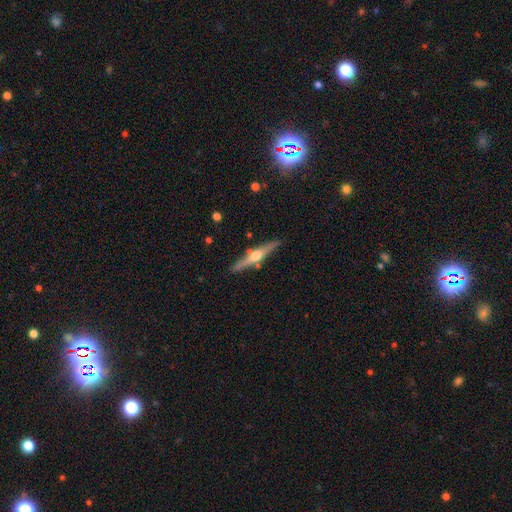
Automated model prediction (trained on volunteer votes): featured or disk 72%, smooth 23%, star or artifact 5%. Down the decision tree: edge-on disk — yes (97%); edge-on bulge — rounded (93%); merging — none (87%).